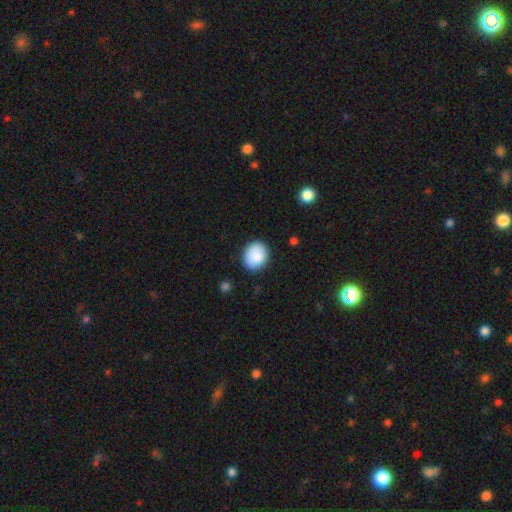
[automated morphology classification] smooth_or_featured: smooth (p=0.88) [alt: star or artifact p=0.07]
how_rounded: round (p=0.65) [alt: in between p=0.34]
merging: none (p=0.87) [alt: minor disturbance p=0.10]